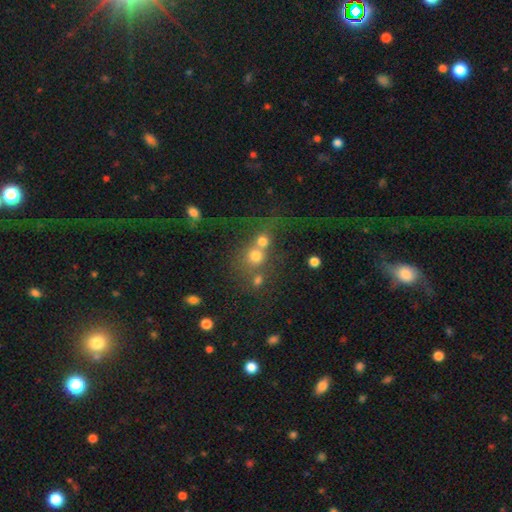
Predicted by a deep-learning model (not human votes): Smooth or featured?
  - smooth: 66% *
  - star or artifact: 18%
  - featured or disk: 16%
How rounded?
  - round: 82% *
  - in between: 16%
  - cigar-shaped: 1%
Merging?
  - merger: 52% *
  - none: 34%
  - minor disturbance: 7%
  - major disturbance: 7%